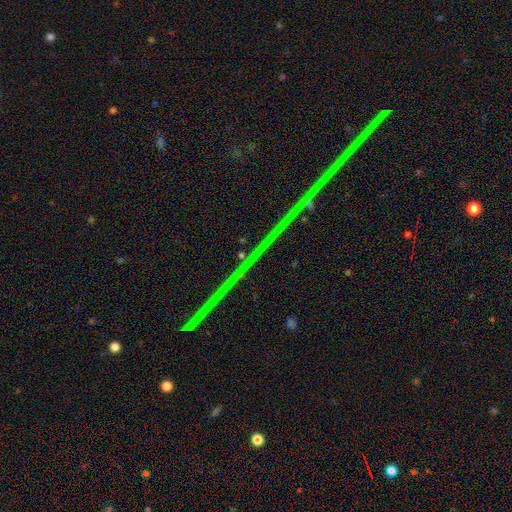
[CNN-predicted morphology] The model was most divided on "smooth or featured": star or artifact: 87%, featured or disk: 8%, smooth: 5%.